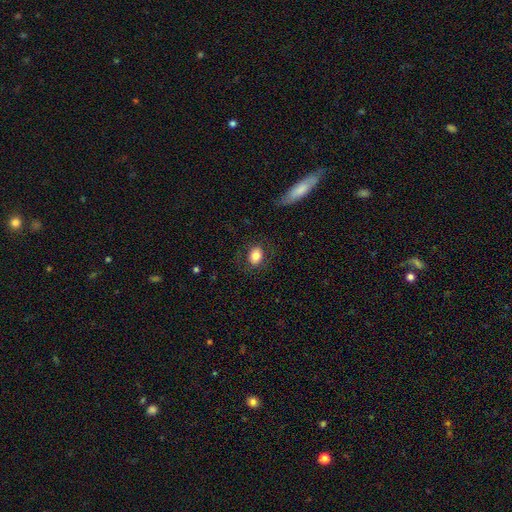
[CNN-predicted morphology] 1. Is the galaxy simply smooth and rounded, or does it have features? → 80% smooth, 12% featured or disk, 9% star or artifact.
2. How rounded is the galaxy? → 64% in between, 35% round, 1% cigar-shaped.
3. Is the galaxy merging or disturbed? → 83% none, 11% minor disturbance, 5% major disturbance, 1% merger.